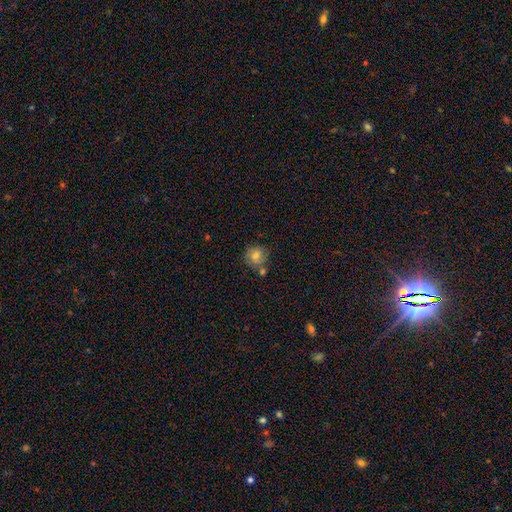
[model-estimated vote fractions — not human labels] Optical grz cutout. It shows a smooth galaxy with no disk features (78%) that is round (85%). Merging: none (59%).